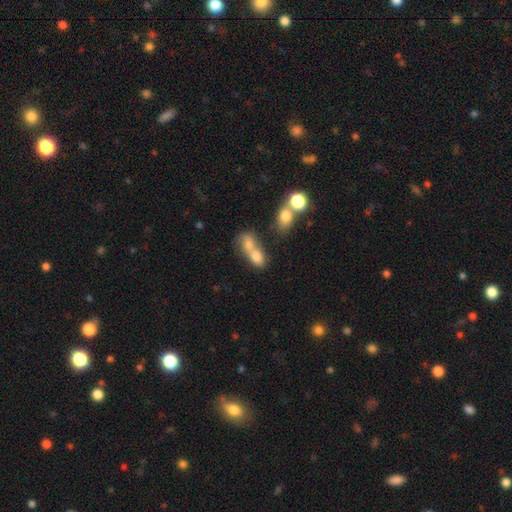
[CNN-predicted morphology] smooth-or-featured: smooth: 73% | featured or disk: 16% | star or artifact: 11%
  how-rounded: in between: 73% | round: 23% | cigar-shaped: 5%
  merging: merger: 68% | none: 20% | minor disturbance: 7% | major disturbance: 6%